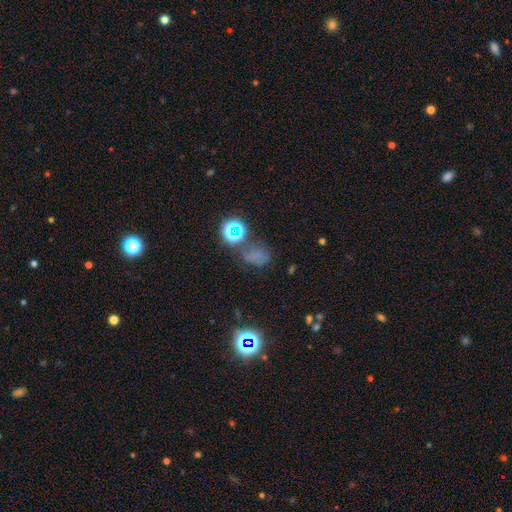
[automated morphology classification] Smooth or featured? Predicted: star or artifact (p=0.46).